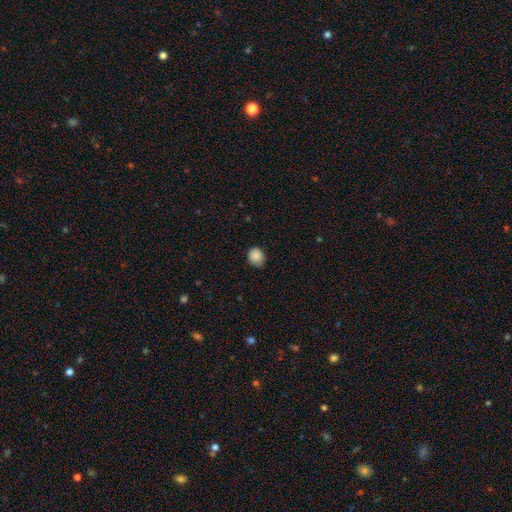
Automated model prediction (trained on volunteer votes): smooth-or-featured: smooth: 88% | star or artifact: 9% | featured or disk: 3%
  how-rounded: round: 79% | in between: 20% | cigar-shaped: 1%
  merging: none: 79% | minor disturbance: 18% | major disturbance: 3% | merger: 1%